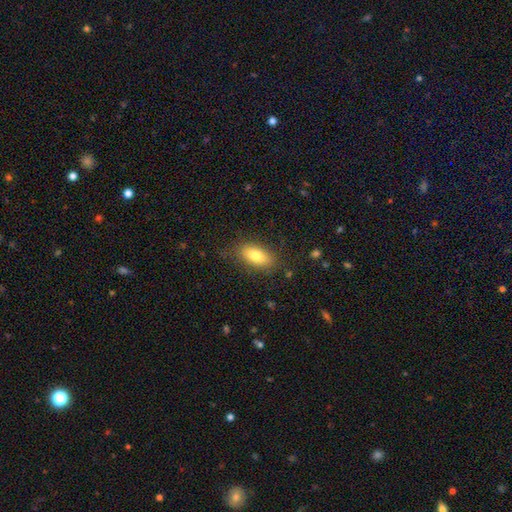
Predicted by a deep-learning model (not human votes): Smooth or featured? smooth (79%)
How rounded? in between (86%)
Merging? none (82%)